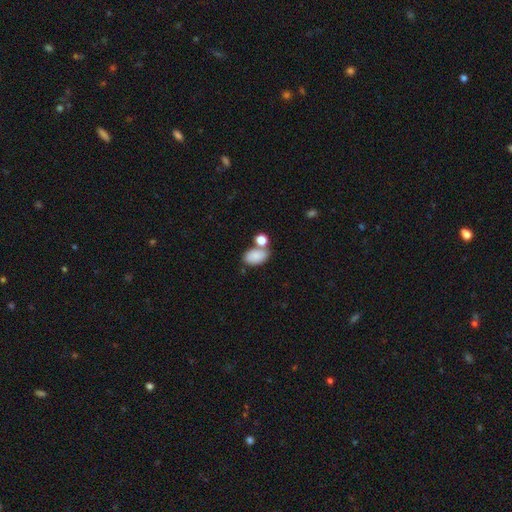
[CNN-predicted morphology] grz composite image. It shows a smooth galaxy with no disk features (84%) that is in between round and cigar-shaped (90%). Merging: none (52%).